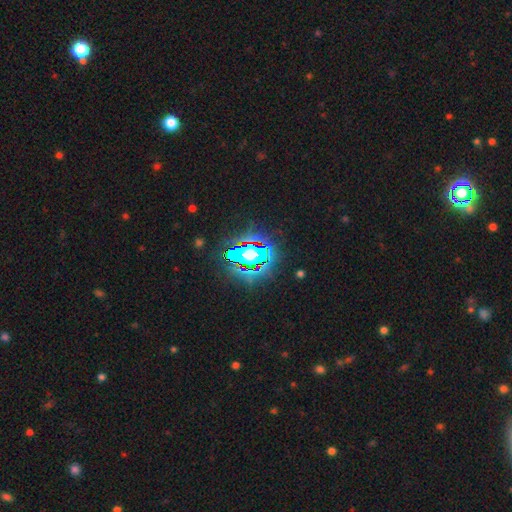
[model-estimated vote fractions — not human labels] Q: Smooth or featured?
A: star or artifact (81%); runner-up: smooth (11%)